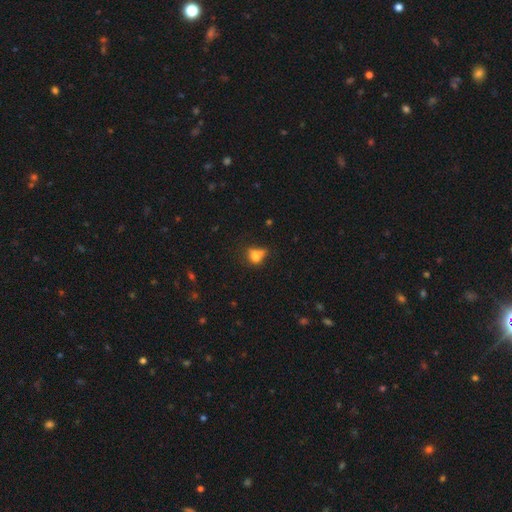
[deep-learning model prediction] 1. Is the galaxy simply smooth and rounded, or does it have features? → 68% smooth, 18% featured or disk, 14% star or artifact.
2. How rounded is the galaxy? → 53% in between, 44% round, 3% cigar-shaped.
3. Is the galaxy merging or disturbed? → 42% merger, 29% none, 16% minor disturbance, 12% major disturbance.